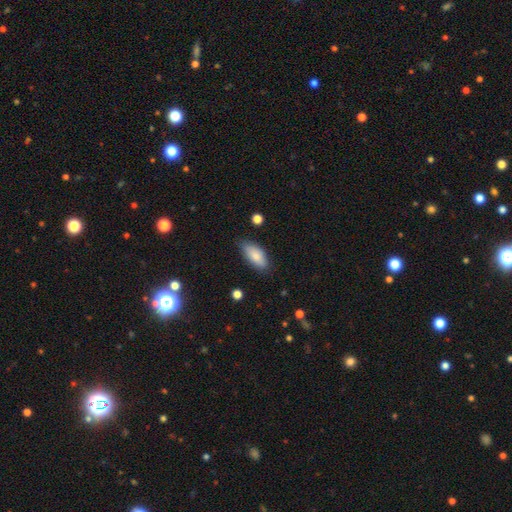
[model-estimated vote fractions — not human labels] smooth-or-featured: smooth: 83% | featured or disk: 11% | star or artifact: 6%
  how-rounded: in between: 87% | cigar-shaped: 11% | round: 2%
  merging: none: 77% | minor disturbance: 19% | major disturbance: 3% | merger: 2%